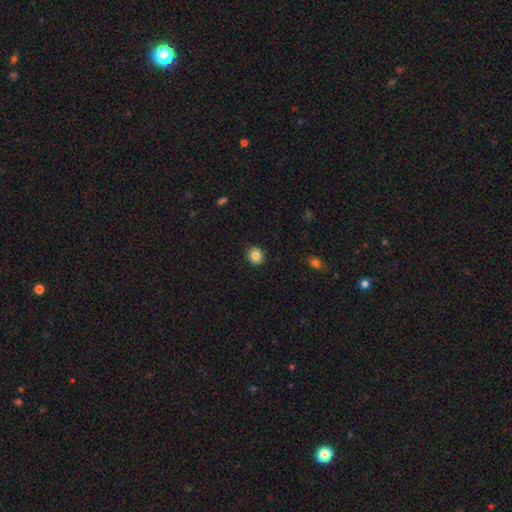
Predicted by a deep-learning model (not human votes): A smooth galaxy with no disk features (84%) that is round (91%). Merging: none (92%).